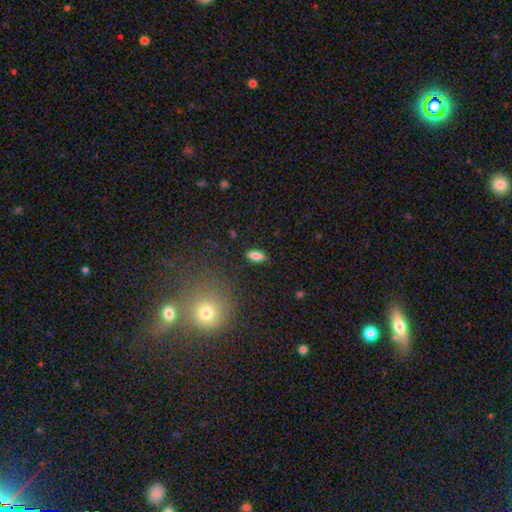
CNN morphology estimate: smooth_or_featured: smooth (p=0.81) [alt: featured or disk p=0.10]
how_rounded: in between (p=0.86) [alt: cigar-shaped p=0.11]
merging: none (p=0.87) [alt: minor disturbance p=0.09]